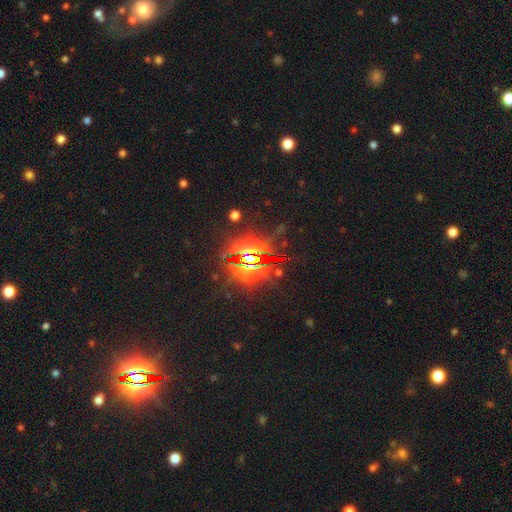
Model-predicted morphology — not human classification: Smooth or featured? Predicted: star or artifact (p=0.86).